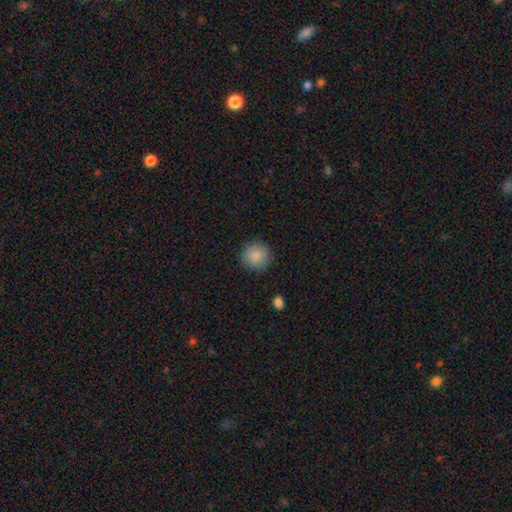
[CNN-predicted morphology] A smooth galaxy with no disk features (87%) that is round (94%). Merging: none (89%).